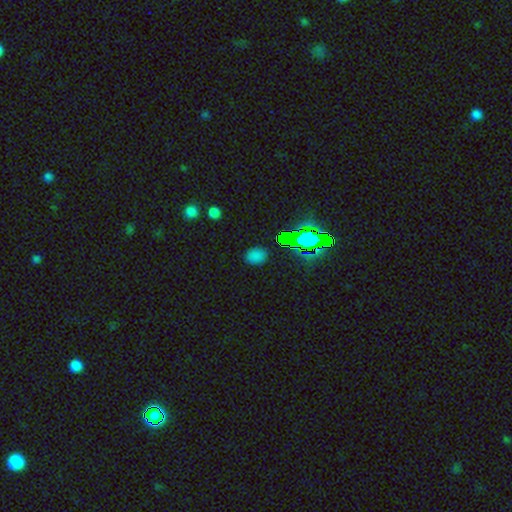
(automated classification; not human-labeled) Morphology: type=smooth (71%); roundness=in between (49%, tied with round); merging=none (85%).